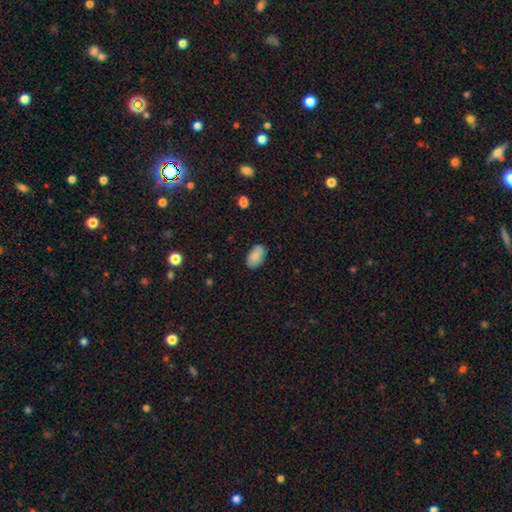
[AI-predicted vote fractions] This appears to be a smooth galaxy with no disk features (84%) that is in between round and cigar-shaped (93%). Merging: none (83%).